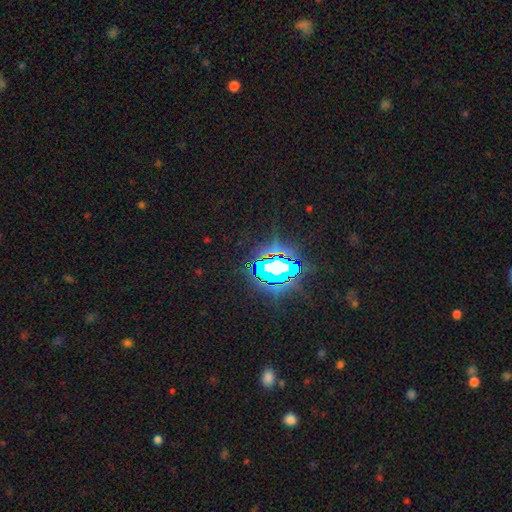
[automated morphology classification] Q: Smooth or featured?
A: star or artifact (82%); runner-up: smooth (10%)